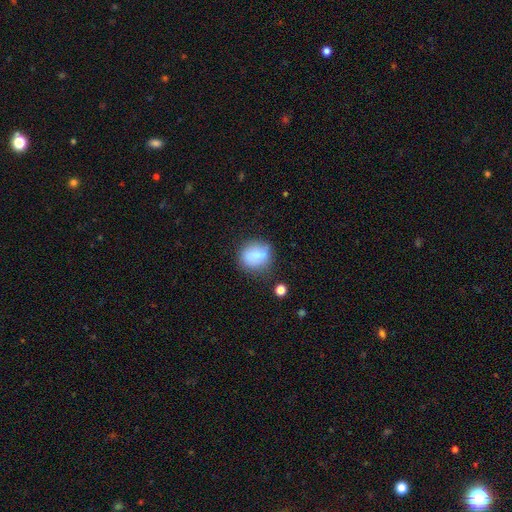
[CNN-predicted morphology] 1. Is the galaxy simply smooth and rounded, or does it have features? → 78% smooth, 13% featured or disk, 9% star or artifact.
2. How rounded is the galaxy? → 73% round, 26% in between, 1% cigar-shaped.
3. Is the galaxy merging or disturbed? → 65% none, 21% minor disturbance, 7% merger, 7% major disturbance.